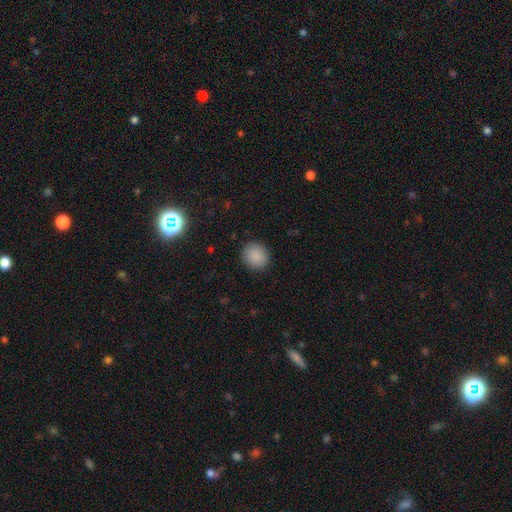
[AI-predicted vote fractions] smooth_or_featured: smooth (p=0.88) [alt: star or artifact p=0.09]
how_rounded: round (p=0.84) [alt: in between p=0.15]
merging: none (p=0.90) [alt: minor disturbance p=0.07]